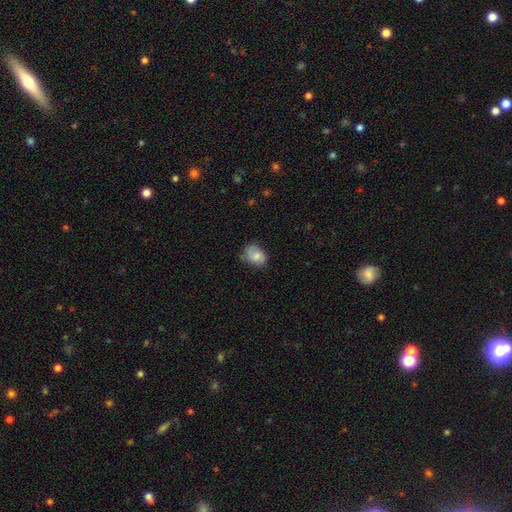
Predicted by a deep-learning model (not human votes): Smooth or featured?
  - smooth: 75% *
  - featured or disk: 17%
  - star or artifact: 8%
How rounded?
  - in between: 64% *
  - round: 35%
  - cigar-shaped: 1%
Merging?
  - none: 64% *
  - minor disturbance: 28%
  - major disturbance: 7%
  - merger: 2%